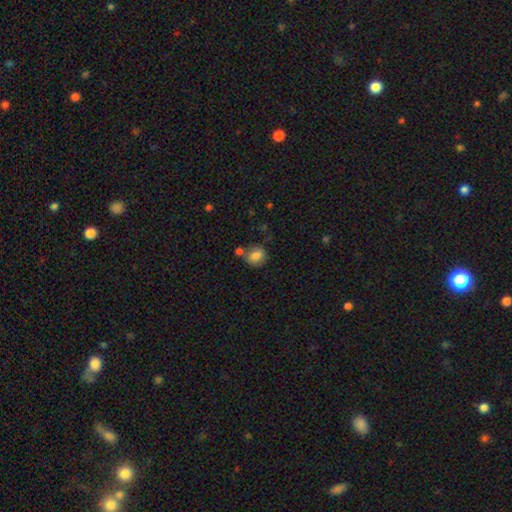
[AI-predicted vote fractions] A smooth galaxy with no disk features (79%) that is round (68%). Merging: none (61%).